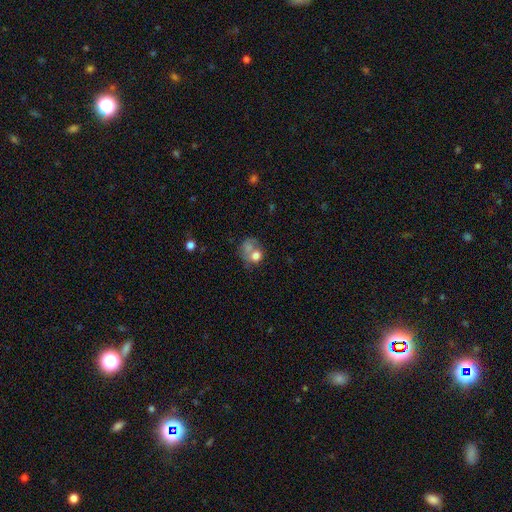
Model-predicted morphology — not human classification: Q: Smooth or featured?
A: smooth (67%); runner-up: featured or disk (22%)
Q: How rounded?
A: round (60%); runner-up: in between (38%)
Q: Merging?
A: merger (41%); runner-up: none (26%)